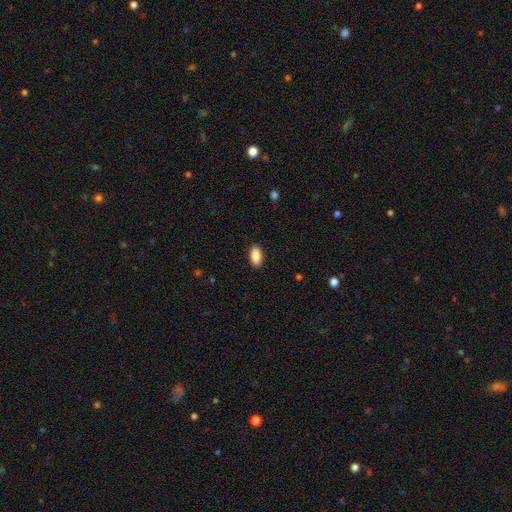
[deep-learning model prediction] Smooth or featured? smooth (90%)
How rounded? in between (93%)
Merging? none (89%)